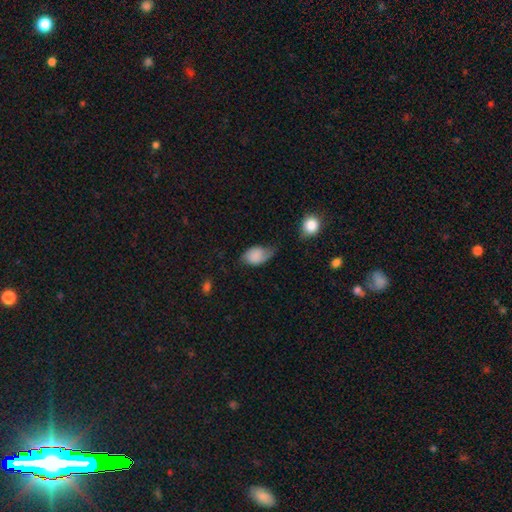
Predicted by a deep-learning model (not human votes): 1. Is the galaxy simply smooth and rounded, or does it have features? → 68% smooth, 23% featured or disk, 9% star or artifact.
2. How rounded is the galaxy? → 86% in between, 12% round, 1% cigar-shaped.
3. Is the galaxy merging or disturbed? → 41% minor disturbance, 36% none, 19% major disturbance, 5% merger.